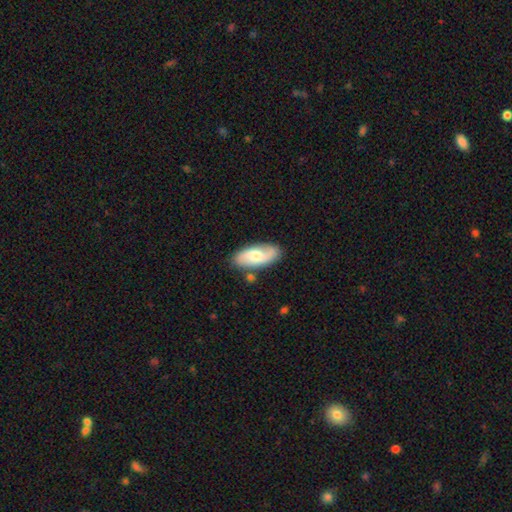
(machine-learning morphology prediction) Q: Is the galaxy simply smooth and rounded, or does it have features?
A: featured or disk — 48%.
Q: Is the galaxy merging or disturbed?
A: none — 78%.